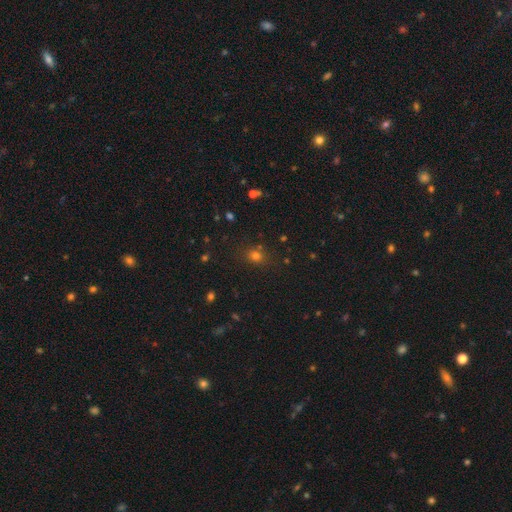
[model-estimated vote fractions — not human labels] smooth-or-featured: smooth: 68% | star or artifact: 24% | featured or disk: 7%
  how-rounded: round: 67% | in between: 32% | cigar-shaped: 1%
  merging: none: 79% | minor disturbance: 12% | merger: 5% | major disturbance: 4%